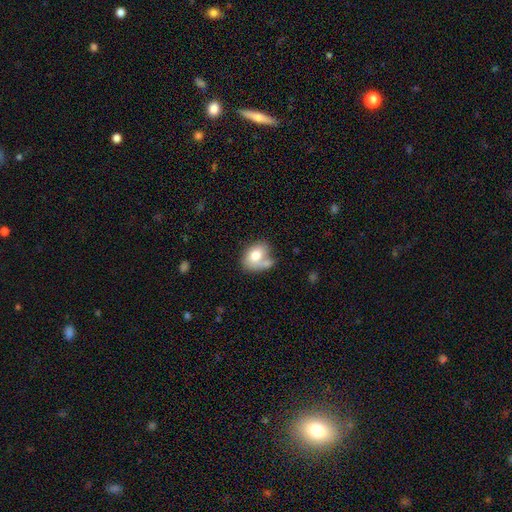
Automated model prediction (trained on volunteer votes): smooth-or-featured: smooth: 74% | featured or disk: 18% | star or artifact: 8%
  how-rounded: in between: 66% | round: 33% | cigar-shaped: 1%
  merging: none: 39% | merger: 32% | minor disturbance: 20% | major disturbance: 10%